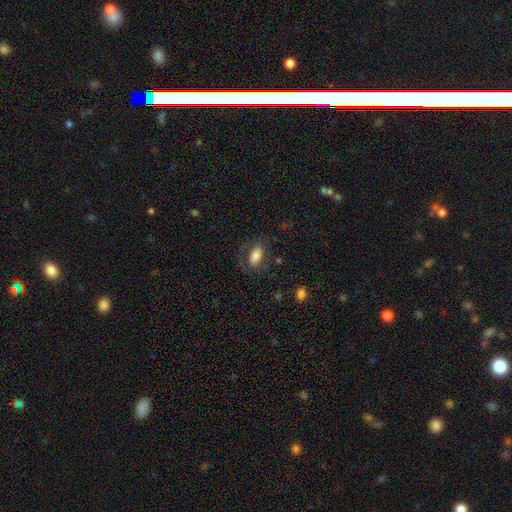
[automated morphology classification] Smooth or featured? smooth (70%)
How rounded? in between (91%)
Merging? none (64%)